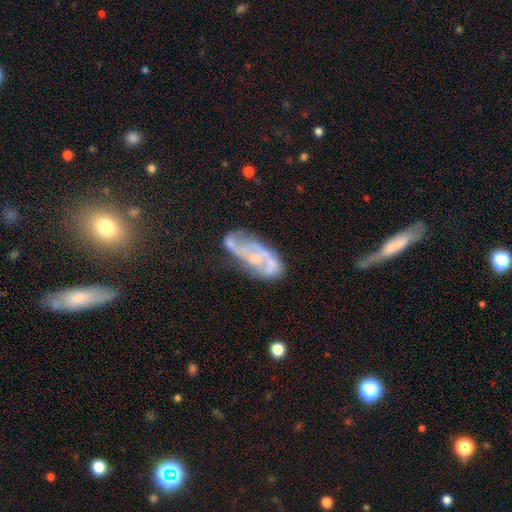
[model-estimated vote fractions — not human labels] Q: Smooth or featured?
A: featured or disk (77%); runner-up: smooth (15%)
Q: Edge-on disk?
A: no (94%); runner-up: yes (6%)
Q: Bar?
A: no (61%); runner-up: weak (32%)
Q: Spiral arms?
A: yes (86%); runner-up: no (14%)
Q: Spiral winding?
A: medium (46%); runner-up: loose (29%)
Q: Spiral arm count?
A: 2 (58%); runner-up: can't tell (18%)
Q: Bulge size?
A: small (50%); runner-up: moderate (27%)
Q: Merging?
A: none (51%); runner-up: minor disturbance (24%)